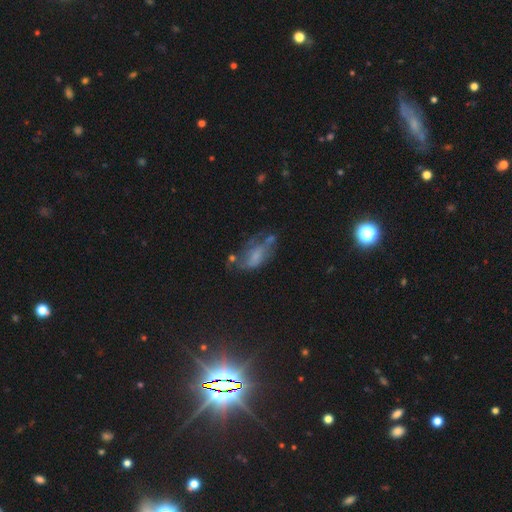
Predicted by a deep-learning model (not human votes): This appears to be a featured or disk galaxy (47%). Merging: none (36%).